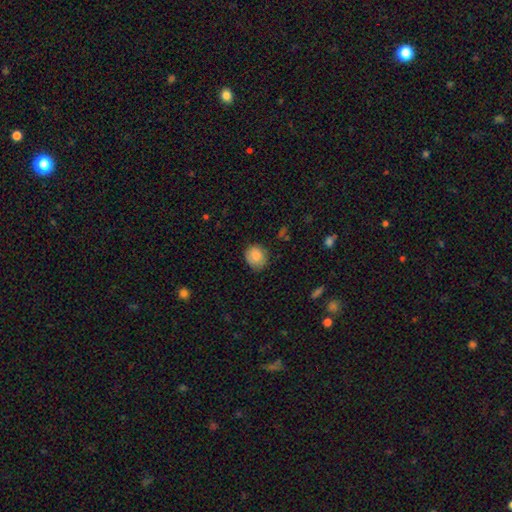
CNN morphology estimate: Smooth or featured: smooth — 86% (star or artifact — 8%)
How rounded: round — 75% (in between — 24%)
Merging: none — 78% (minor disturbance — 17%)